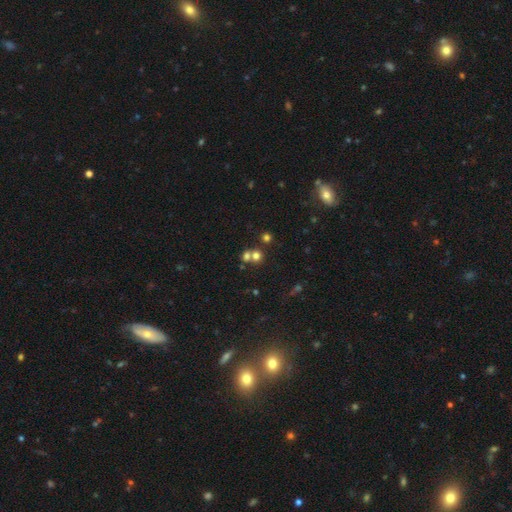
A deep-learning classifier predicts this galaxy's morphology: Smooth or featured? smooth (67%)
How rounded? round (85%)
Merging? none (49%)